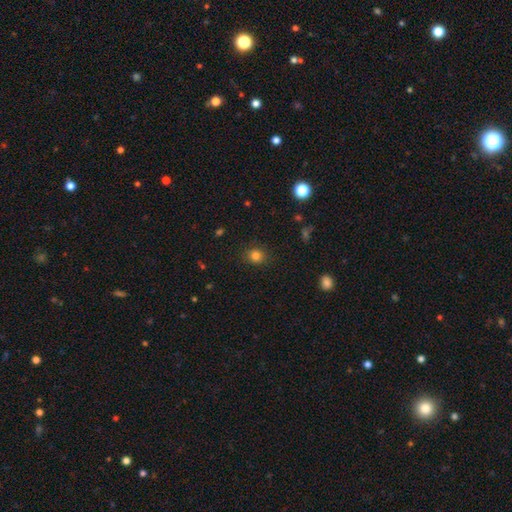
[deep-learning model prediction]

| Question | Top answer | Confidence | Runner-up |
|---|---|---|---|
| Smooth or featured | smooth | 81% | star or artifact (14%) |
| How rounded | round | 80% | in between (19%) |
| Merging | none | 87% | minor disturbance (9%) |